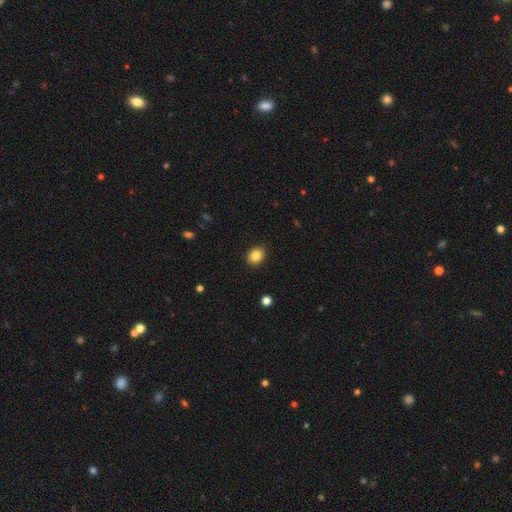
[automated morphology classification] smooth 85%, star or artifact 10%, featured or disk 5%. Down the decision tree: how rounded — round (60%); merging — none (89%).